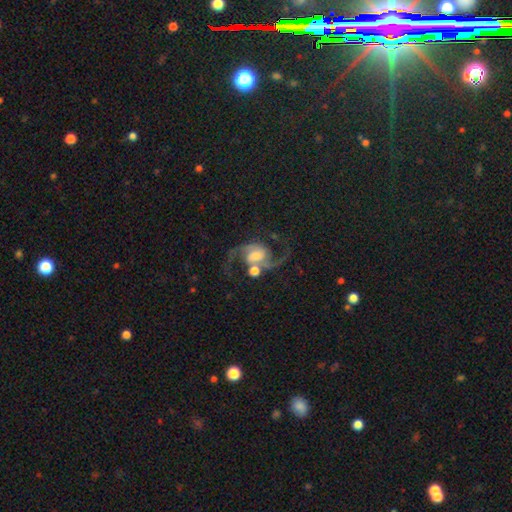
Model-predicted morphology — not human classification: This appears to be a featured or disk galaxy (89%) with a weak bar (45%), 2 (94%) loose (49%) spiral arms (98%) and a moderate central bulge (37%). Merging: none (63%).